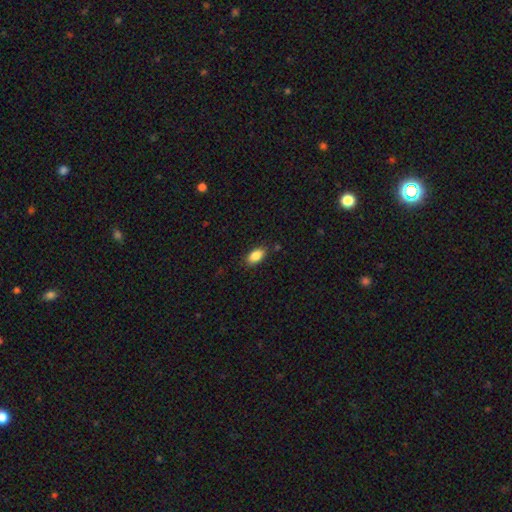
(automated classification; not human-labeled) smooth 87%, star or artifact 7%, featured or disk 6%. Down the decision tree: how rounded — in between (91%); merging — none (85%).